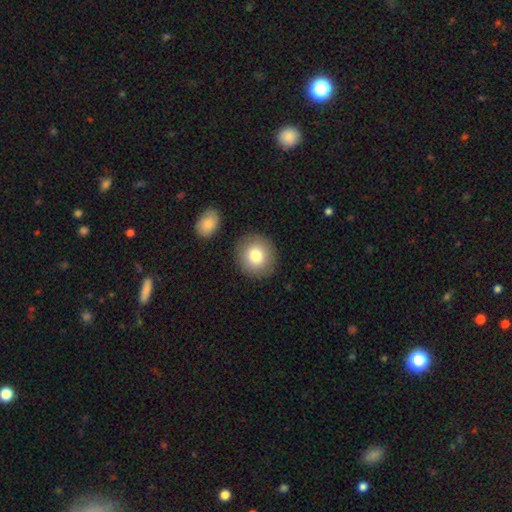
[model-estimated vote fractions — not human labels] Q: Smooth or featured?
A: smooth (80%); runner-up: featured or disk (11%)
Q: How rounded?
A: round (86%); runner-up: in between (13%)
Q: Merging?
A: none (87%); runner-up: minor disturbance (8%)